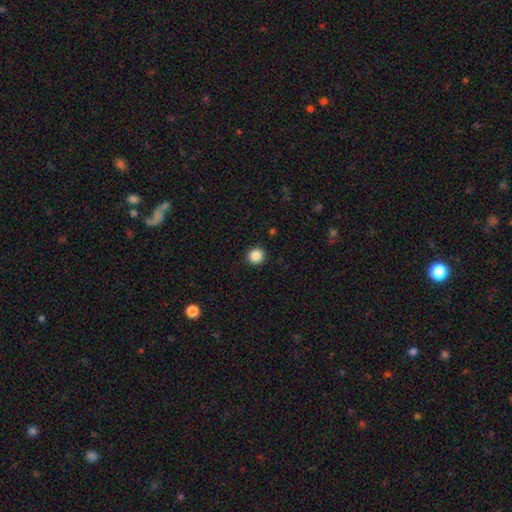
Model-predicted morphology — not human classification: Smooth or featured: smooth — 87% (star or artifact — 10%)
How rounded: round — 93% (in between — 6%)
Merging: none — 93% (minor disturbance — 5%)